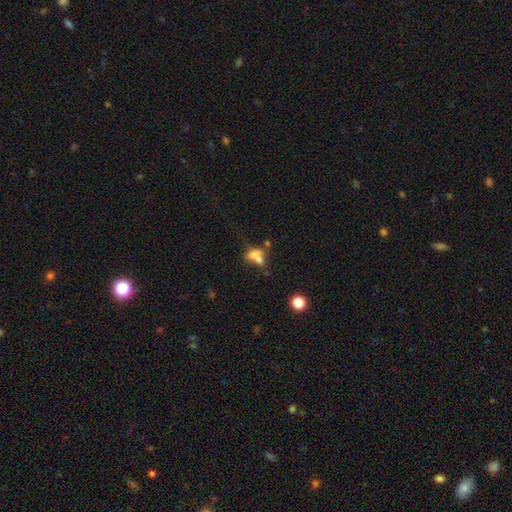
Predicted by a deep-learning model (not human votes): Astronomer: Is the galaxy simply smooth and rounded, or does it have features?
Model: smooth — 64%.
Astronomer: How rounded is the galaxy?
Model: in between — 61%.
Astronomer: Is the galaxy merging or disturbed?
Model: merger — 57%.